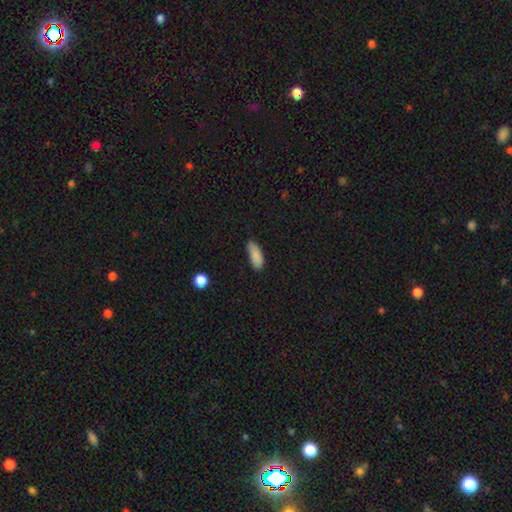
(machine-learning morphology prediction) Smooth or featured?
  - smooth: 87% *
  - star or artifact: 8%
  - featured or disk: 6%
How rounded?
  - in between: 78% *
  - cigar-shaped: 19%
  - round: 2%
Merging?
  - none: 70% *
  - minor disturbance: 24%
  - major disturbance: 4%
  - merger: 2%